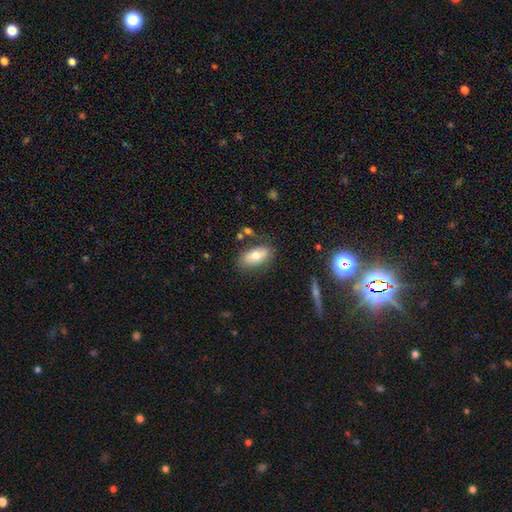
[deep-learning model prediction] This is likely a smooth galaxy (70%). How rounded: clearly in between (90%). Merging: likely none (76%).